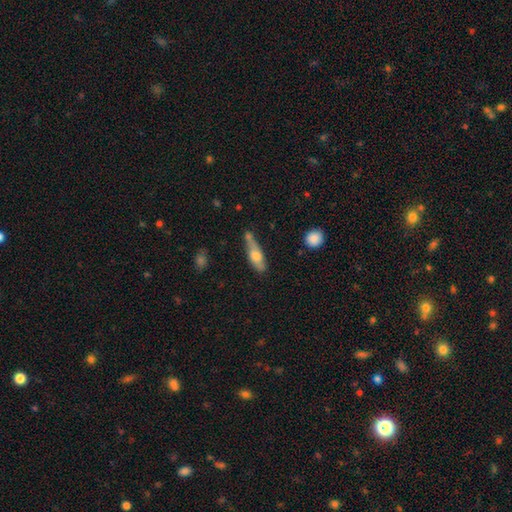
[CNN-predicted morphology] Smooth or featured?
  - smooth: 64% *
  - featured or disk: 29%
  - star or artifact: 7%
How rounded?
  - in between: 49% *
  - cigar-shaped: 47%
  - round: 3%
Merging?
  - none: 46% *
  - minor disturbance: 27%
  - merger: 18%
  - major disturbance: 9%